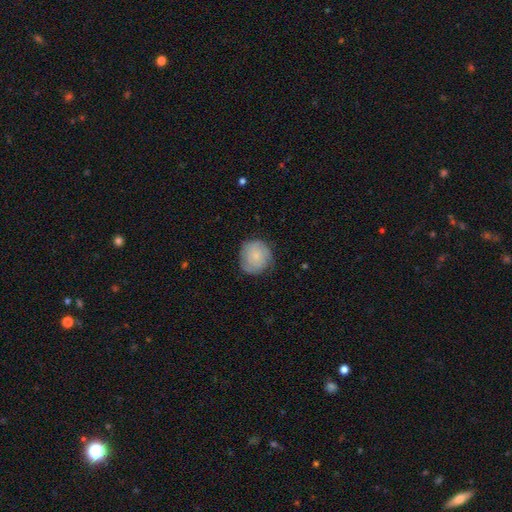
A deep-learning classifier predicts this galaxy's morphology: type=smooth (68%); roundness=round (89%); merging=none (75%).